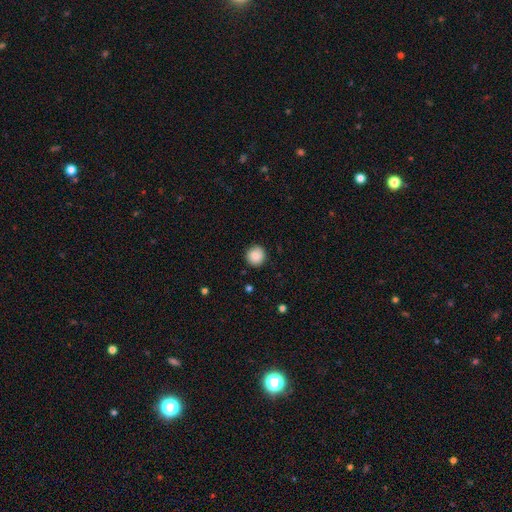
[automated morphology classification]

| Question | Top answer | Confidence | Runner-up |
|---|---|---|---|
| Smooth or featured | smooth | 86% | star or artifact (9%) |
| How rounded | round | 93% | in between (6%) |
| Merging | none | 89% | minor disturbance (8%) |